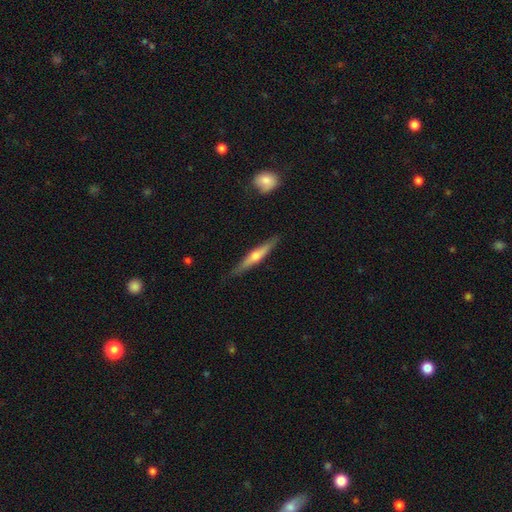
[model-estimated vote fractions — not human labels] This is possibly a featured or disk galaxy (59%). It is clearly viewed edge-on (95%). Edge-on bulge: clearly rounded (87%). Merging: clearly none (87%).